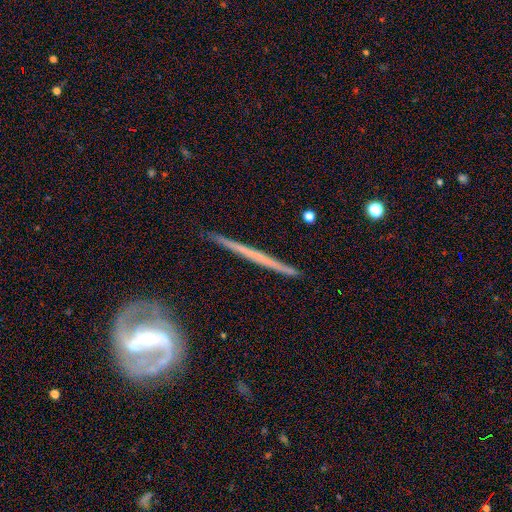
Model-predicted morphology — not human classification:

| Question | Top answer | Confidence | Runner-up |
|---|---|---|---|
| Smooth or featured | featured or disk | 74% | smooth (20%) |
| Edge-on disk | yes | 89% | no (11%) |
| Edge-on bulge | none | 76% | rounded (18%) |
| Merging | none | 87% | minor disturbance (9%) |